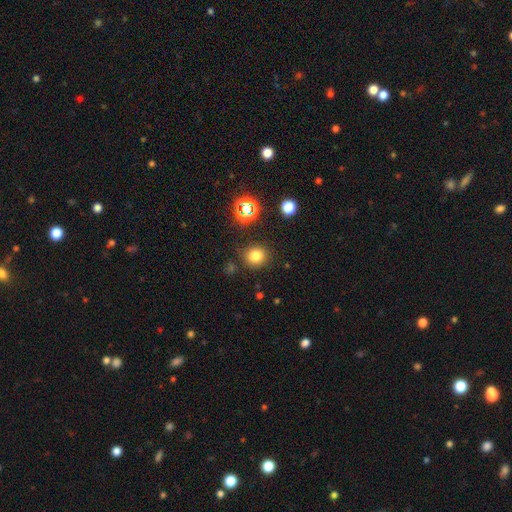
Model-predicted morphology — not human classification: A smooth galaxy with no disk features (76%) that is round (85%).

Vote fractions:
- Smooth or featured? smooth: 76% / star or artifact: 18% / featured or disk: 6%
- How rounded? round: 85% / in between: 14% / cigar-shaped: 1%
- Merging? none: 85% / minor disturbance: 9% / major disturbance: 3% / merger: 3%